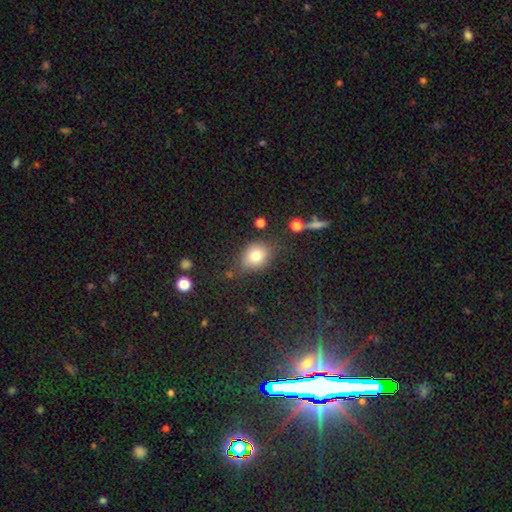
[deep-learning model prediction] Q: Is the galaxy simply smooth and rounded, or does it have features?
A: smooth — 79%.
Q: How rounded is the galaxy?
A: round — 56%.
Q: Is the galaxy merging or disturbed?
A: none — 69%.